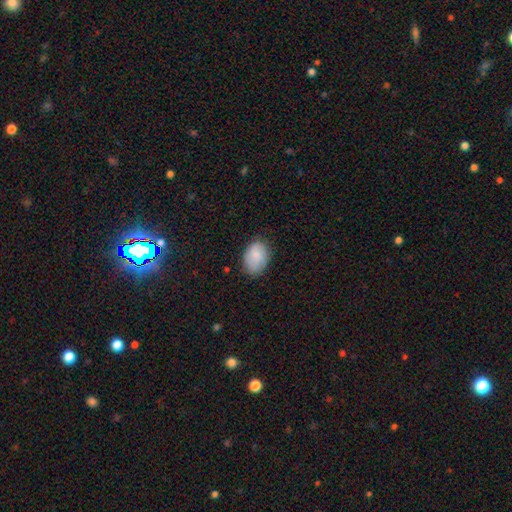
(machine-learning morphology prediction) smooth-or-featured: smooth: 85% | featured or disk: 9% | star or artifact: 7%
  how-rounded: in between: 83% | round: 16% | cigar-shaped: 1%
  merging: none: 74% | minor disturbance: 21% | major disturbance: 4% | merger: 1%